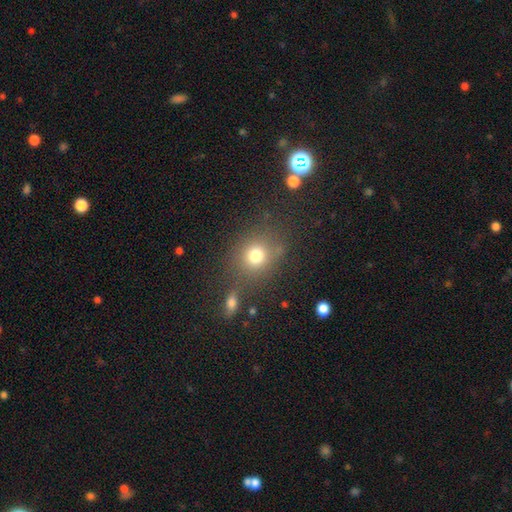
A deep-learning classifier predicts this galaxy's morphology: The model was most divided on "how rounded": round: 72%, in between: 27%, cigar-shaped: 1%. More confident: smooth or featured — smooth (76%); merging — none (69%).